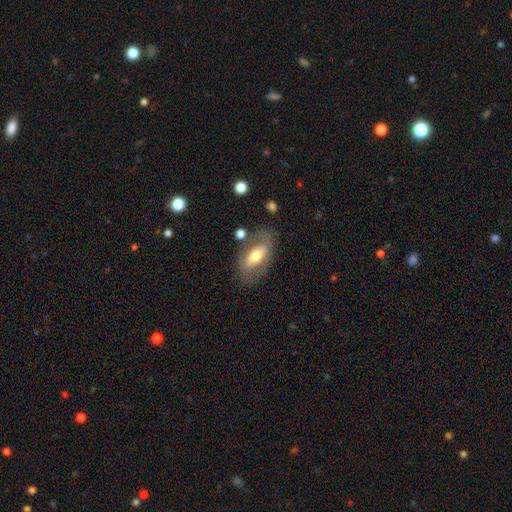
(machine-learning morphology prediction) This is possibly a featured or disk galaxy (49%). Merging: likely none (68%).